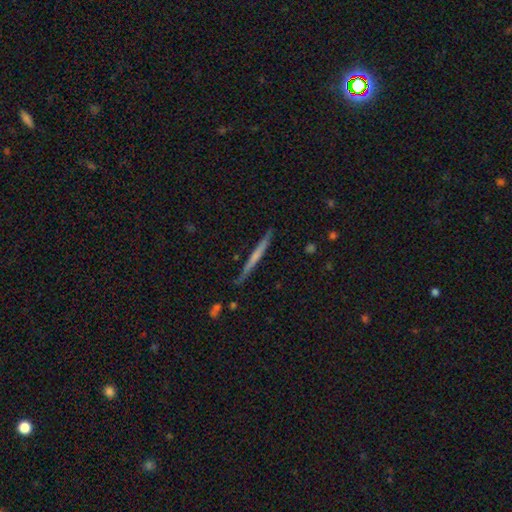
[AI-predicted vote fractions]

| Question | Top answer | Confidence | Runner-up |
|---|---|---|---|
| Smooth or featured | featured or disk | 50% | smooth (44%) |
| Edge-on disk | yes | 97% | no (3%) |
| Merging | none | 88% | minor disturbance (9%) |